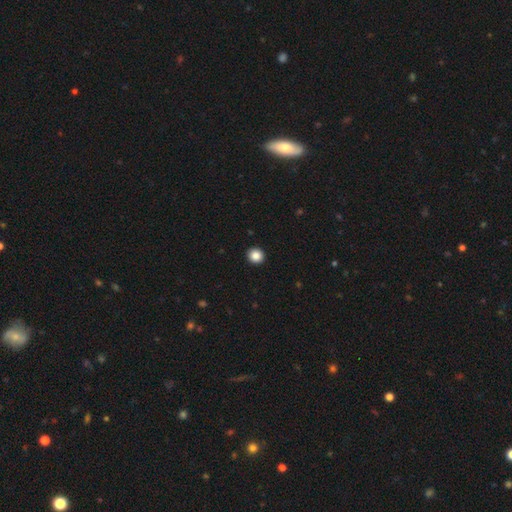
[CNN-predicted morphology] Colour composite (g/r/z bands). It shows a smooth galaxy with no disk features (87%) that is round (89%). Merging: none (94%).